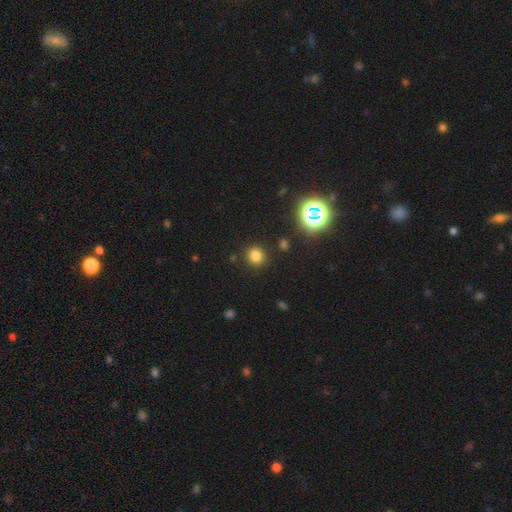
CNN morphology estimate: smooth_or_featured: smooth (p=0.77) [alt: star or artifact p=0.18]
how_rounded: round (p=0.86) [alt: in between p=0.13]
merging: none (p=0.88) [alt: minor disturbance p=0.07]